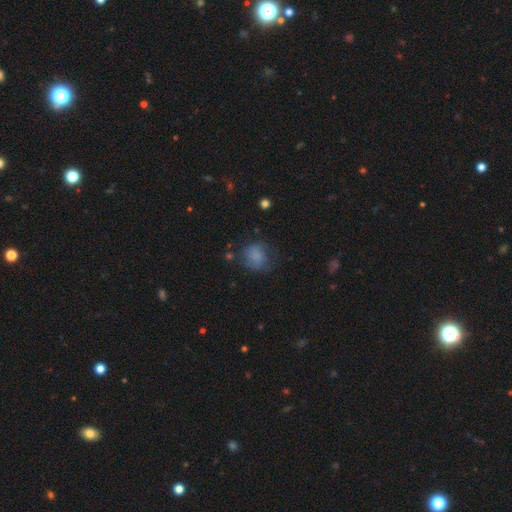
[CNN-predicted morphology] Q: Smooth or featured?
A: smooth (70%); runner-up: featured or disk (19%)
Q: How rounded?
A: round (71%); runner-up: in between (28%)
Q: Merging?
A: none (56%); runner-up: minor disturbance (25%)